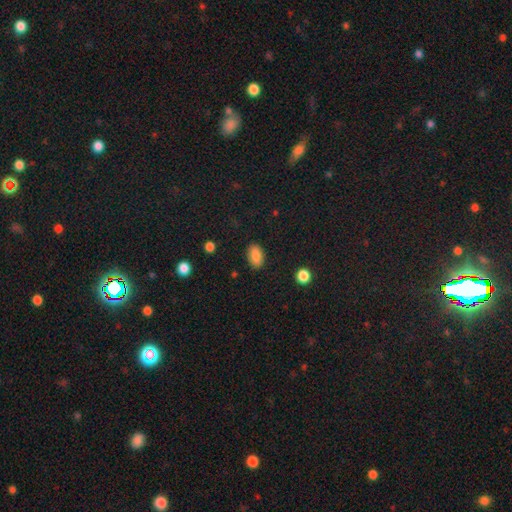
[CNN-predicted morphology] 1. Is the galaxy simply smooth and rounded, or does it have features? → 87% smooth, 8% star or artifact, 5% featured or disk.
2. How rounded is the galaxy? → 90% in between, 8% round, 2% cigar-shaped.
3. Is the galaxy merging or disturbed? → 87% none, 9% minor disturbance, 2% major disturbance, 1% merger.